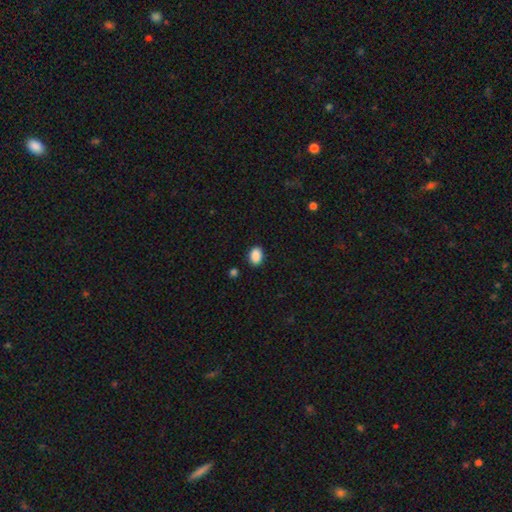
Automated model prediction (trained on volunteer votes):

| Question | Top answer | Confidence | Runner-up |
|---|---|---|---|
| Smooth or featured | smooth | 89% | star or artifact (8%) |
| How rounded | in between | 77% | round (22%) |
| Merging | none | 88% | minor disturbance (8%) |